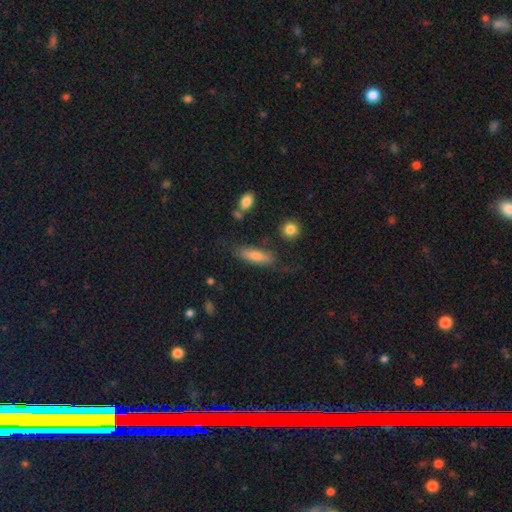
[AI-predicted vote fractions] Smooth or featured? smooth (70%)
How rounded? cigar-shaped (59%)
Merging? none (71%)